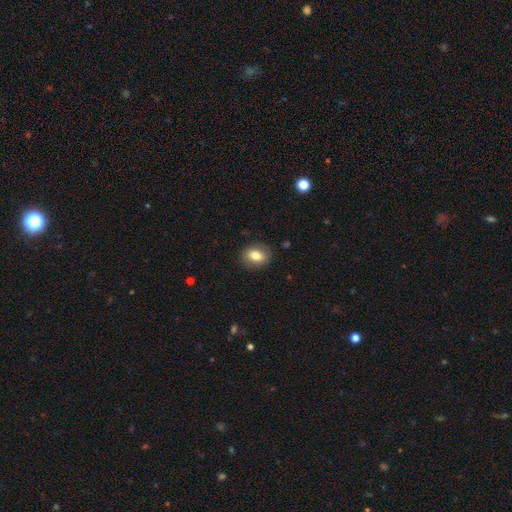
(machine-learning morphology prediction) A smooth galaxy with no disk features (78%) that is in between round and cigar-shaped (63%).

Vote fractions:
- Smooth or featured? smooth: 78% / featured or disk: 13% / star or artifact: 8%
- How rounded? in between: 63% / round: 36% / cigar-shaped: 1%
- Merging? none: 85% / minor disturbance: 11% / major disturbance: 3% / merger: 1%